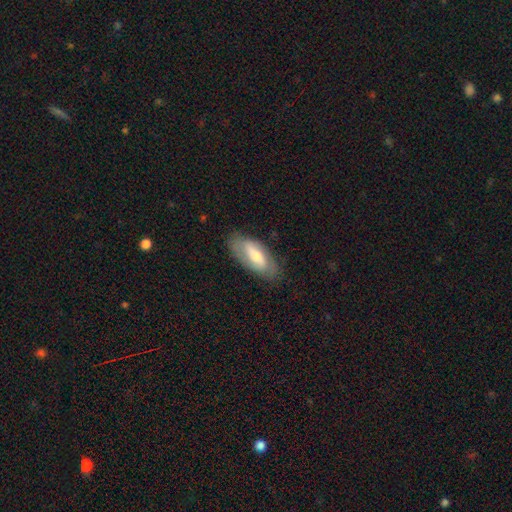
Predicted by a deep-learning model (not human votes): Smooth or featured: featured or disk — 51% (smooth — 42%)
Edge-on disk: no — 85% (yes — 15%)
Merging: none — 80% (minor disturbance — 15%)